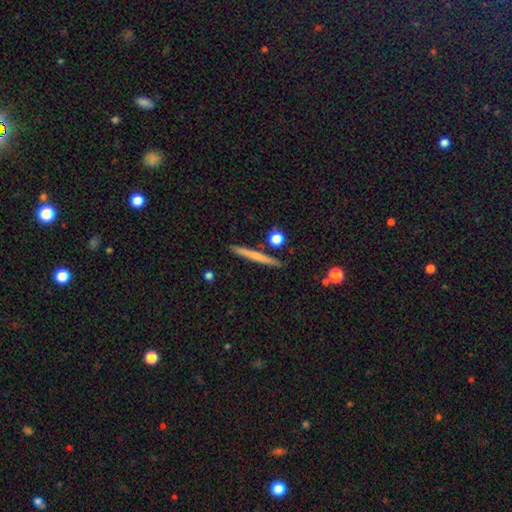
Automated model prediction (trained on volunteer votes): smooth-or-featured: smooth: 58% | featured or disk: 36% | star or artifact: 6%
  how-rounded: cigar-shaped: 95% | in between: 3% | round: 2%
  merging: none: 88% | minor disturbance: 7% | merger: 3% | major disturbance: 2%